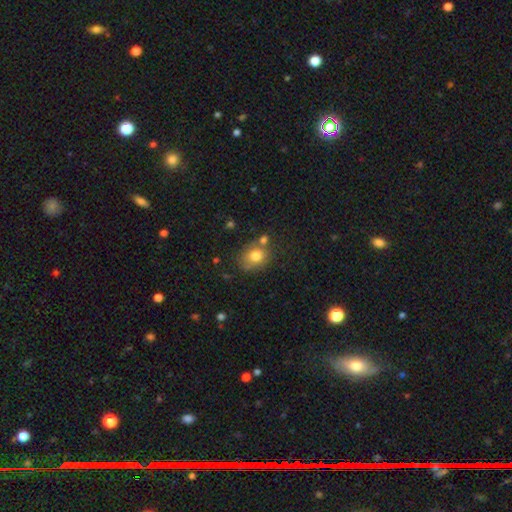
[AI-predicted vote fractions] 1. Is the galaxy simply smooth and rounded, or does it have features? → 78% smooth, 11% featured or disk, 11% star or artifact.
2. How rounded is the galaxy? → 62% round, 37% in between, 1% cigar-shaped.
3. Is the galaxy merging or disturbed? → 62% none, 16% merger, 16% minor disturbance, 5% major disturbance.